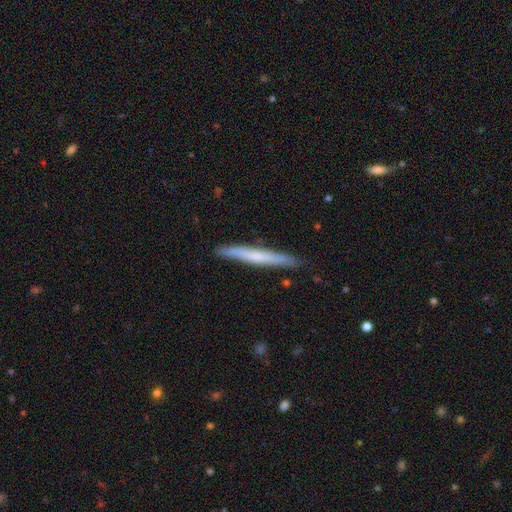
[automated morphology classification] Smooth or featured?
  - smooth: 53% *
  - featured or disk: 41%
  - star or artifact: 6%
How rounded?
  - cigar-shaped: 97% *
  - in between: 2%
  - round: 1%
Merging?
  - none: 88% *
  - minor disturbance: 9%
  - major disturbance: 1%
  - merger: 1%